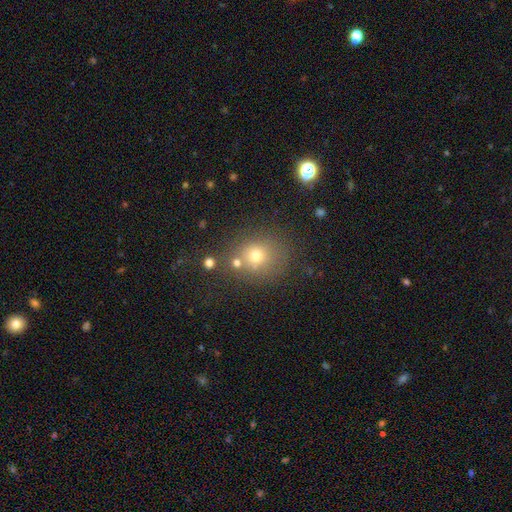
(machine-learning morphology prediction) smooth_or_featured: smooth (p=0.70) [alt: star or artifact p=0.17]
how_rounded: round (p=0.73) [alt: in between p=0.26]
merging: none (p=0.66) [alt: merger p=0.14]